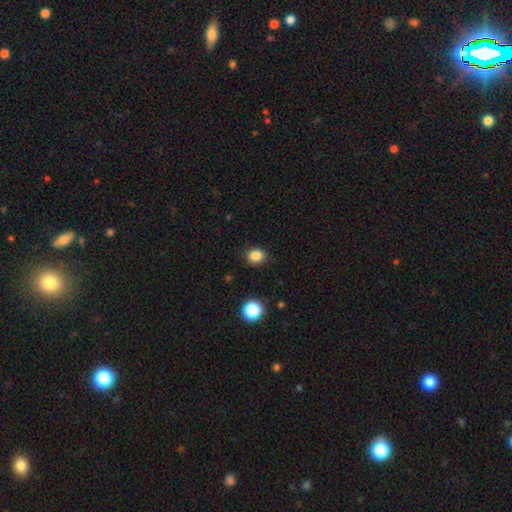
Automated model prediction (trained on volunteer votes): Smooth or featured: smooth — 85% (star or artifact — 12%)
How rounded: round — 64% (in between — 35%)
Merging: none — 87% (minor disturbance — 9%)